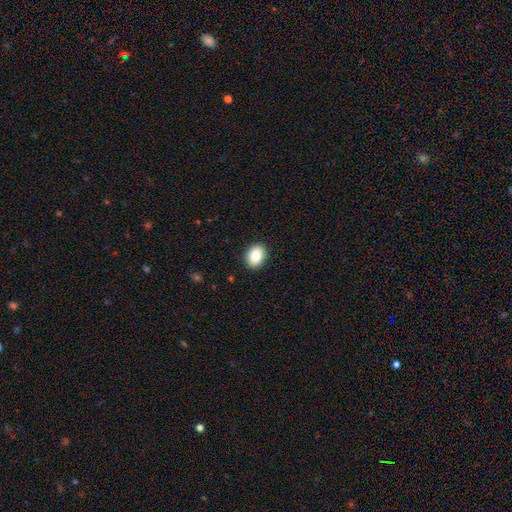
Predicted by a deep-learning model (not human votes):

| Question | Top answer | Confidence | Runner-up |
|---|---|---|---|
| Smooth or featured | smooth | 85% | star or artifact (8%) |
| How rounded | in between | 72% | round (27%) |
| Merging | none | 90% | minor disturbance (7%) |